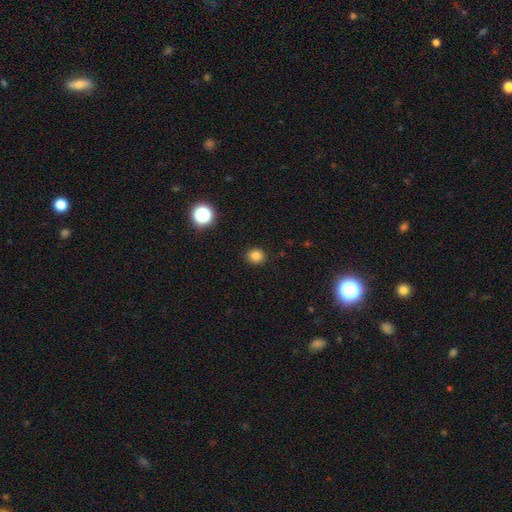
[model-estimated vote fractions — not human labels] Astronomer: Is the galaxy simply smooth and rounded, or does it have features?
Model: smooth — 82%.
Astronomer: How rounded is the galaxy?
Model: round — 75%.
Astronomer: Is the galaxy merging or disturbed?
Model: none — 90%.